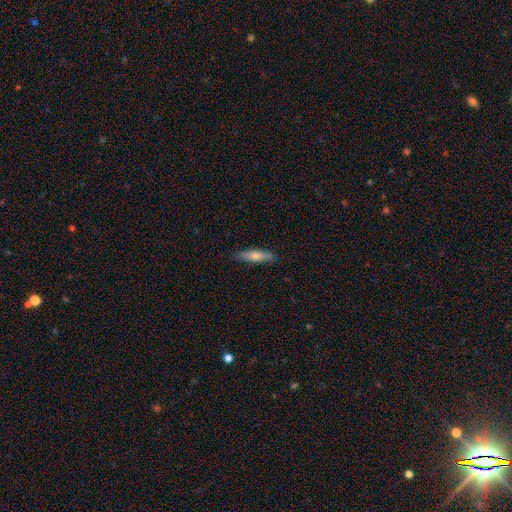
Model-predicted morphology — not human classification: Smooth or featured?
  - smooth: 63% *
  - featured or disk: 31%
  - star or artifact: 6%
How rounded?
  - cigar-shaped: 69% *
  - in between: 29%
  - round: 2%
Merging?
  - none: 85% *
  - minor disturbance: 12%
  - major disturbance: 2%
  - merger: 1%